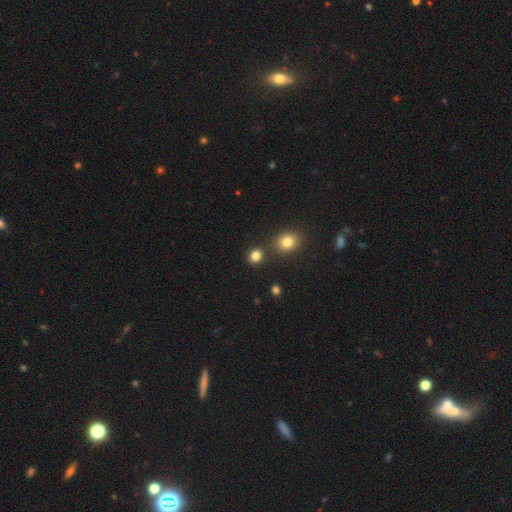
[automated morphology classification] The model was most divided on "how rounded": round: 78%, in between: 21%, cigar-shaped: 1%. More confident: smooth or featured — smooth (81%); merging — none (79%).